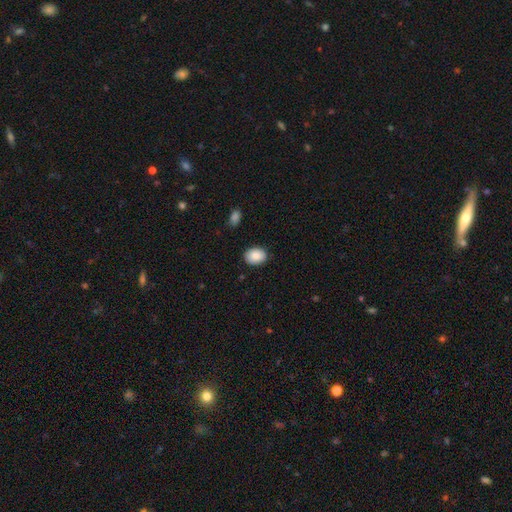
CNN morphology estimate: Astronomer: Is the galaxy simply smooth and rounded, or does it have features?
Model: smooth — 87%.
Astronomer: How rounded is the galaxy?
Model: in between — 69%.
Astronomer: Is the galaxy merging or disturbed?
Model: none — 86%.